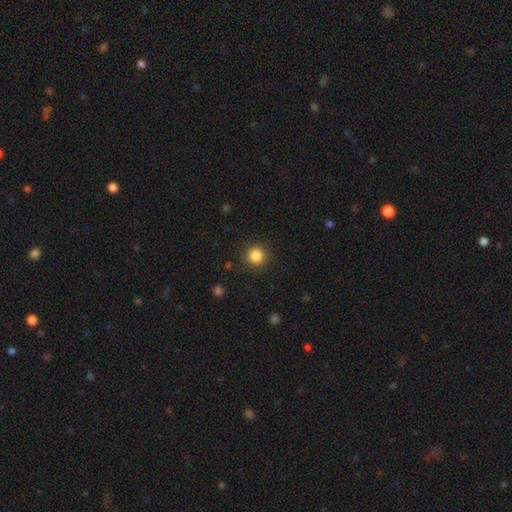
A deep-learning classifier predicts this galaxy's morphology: Smooth or featured?
  - smooth: 85% *
  - star or artifact: 11%
  - featured or disk: 4%
How rounded?
  - round: 93% *
  - in between: 6%
  - cigar-shaped: 1%
Merging?
  - none: 88% *
  - minor disturbance: 8%
  - major disturbance: 3%
  - merger: 1%